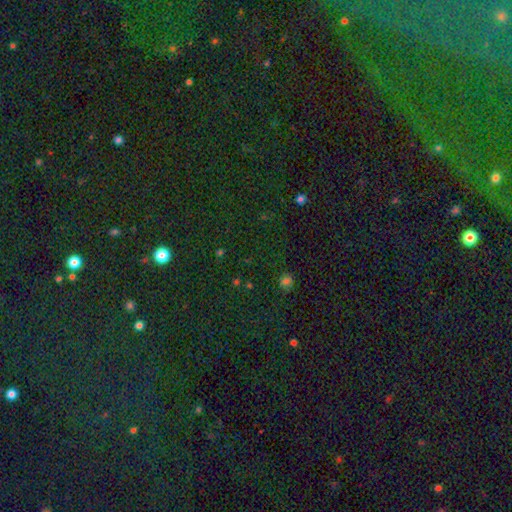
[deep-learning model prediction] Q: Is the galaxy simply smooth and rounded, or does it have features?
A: star or artifact — 78%.